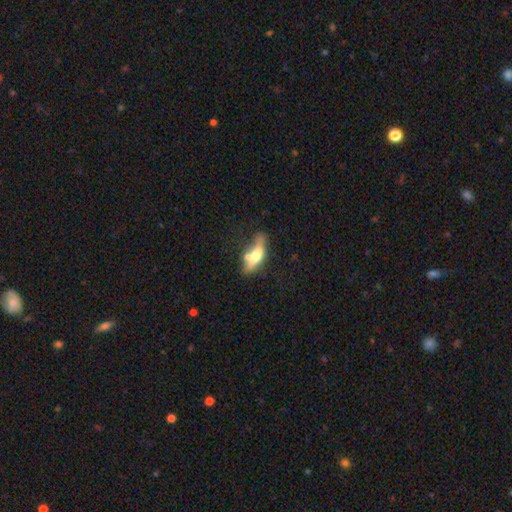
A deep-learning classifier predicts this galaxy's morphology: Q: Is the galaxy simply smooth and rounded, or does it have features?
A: smooth — 49%.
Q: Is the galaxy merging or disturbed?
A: none — 46%.